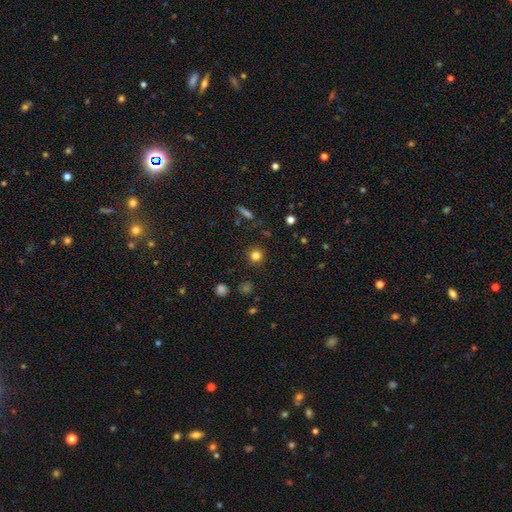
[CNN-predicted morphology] type=smooth (81%); roundness=round (93%); merging=none (90%).